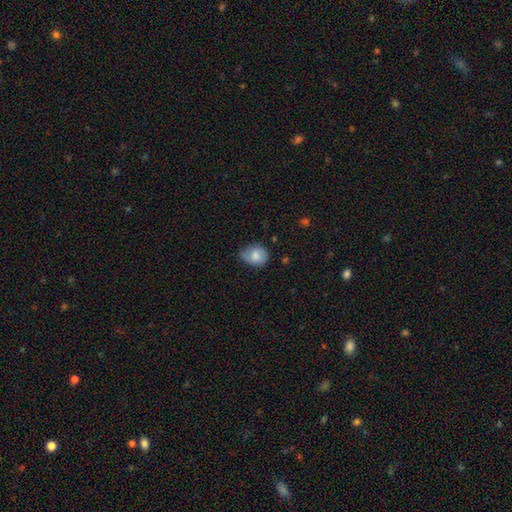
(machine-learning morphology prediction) Smooth or featured?
  - smooth: 75% *
  - featured or disk: 17%
  - star or artifact: 8%
How rounded?
  - in between: 52% *
  - round: 47%
  - cigar-shaped: 1%
Merging?
  - none: 52% *
  - minor disturbance: 38%
  - major disturbance: 9%
  - merger: 2%